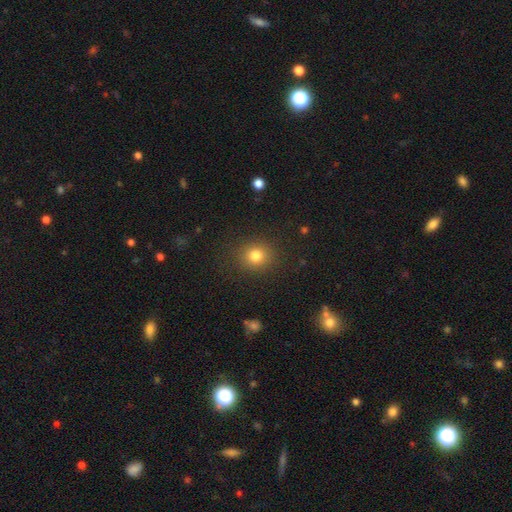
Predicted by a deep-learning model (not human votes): This appears to be a smooth galaxy with no disk features (80%) that is round (82%). Merging: none (88%).